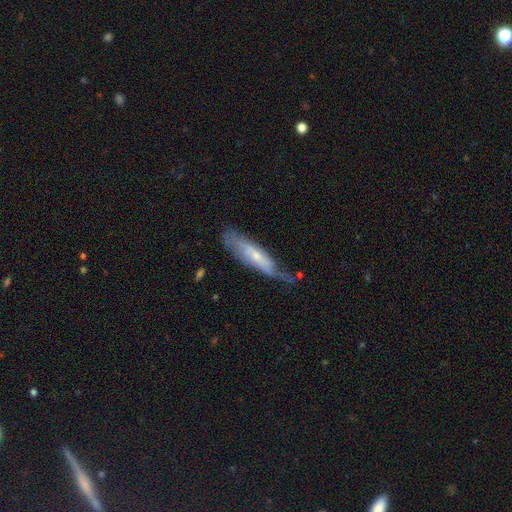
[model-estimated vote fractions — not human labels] A featured or disk galaxy (53%).

Vote fractions:
- Smooth or featured? featured or disk: 53% / smooth: 41% / star or artifact: 6%
- Edge-on disk? no: 52% / yes: 48%
- Merging? none: 47% / minor disturbance: 34% / major disturbance: 16% / merger: 3%